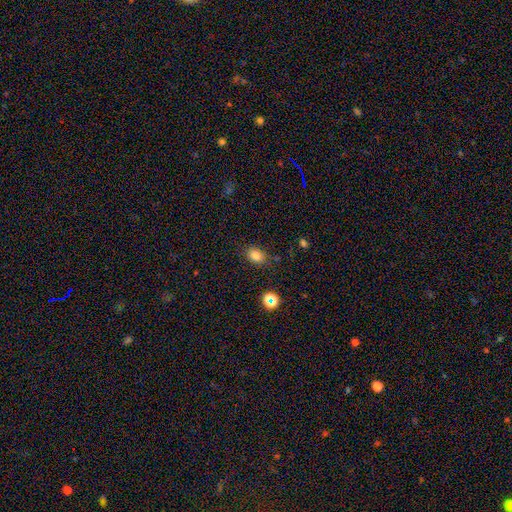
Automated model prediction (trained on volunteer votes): Smooth or featured?
  - smooth: 80% *
  - star or artifact: 14%
  - featured or disk: 7%
How rounded?
  - in between: 63% *
  - round: 36%
  - cigar-shaped: 1%
Merging?
  - none: 79% *
  - minor disturbance: 14%
  - major disturbance: 4%
  - merger: 3%